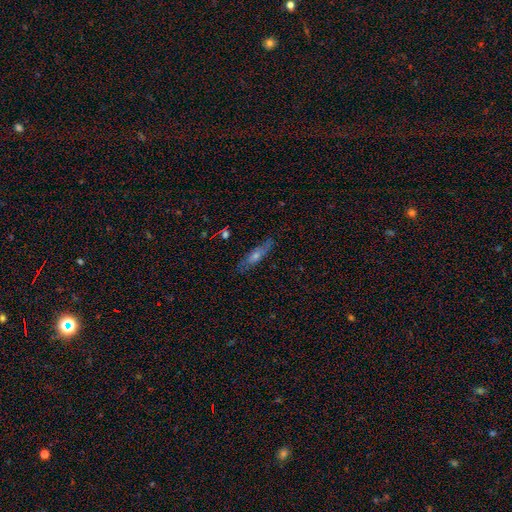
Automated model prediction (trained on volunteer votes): Morphology: type=featured or disk (55%); edge-on=yes (63%); merging=none (81%).